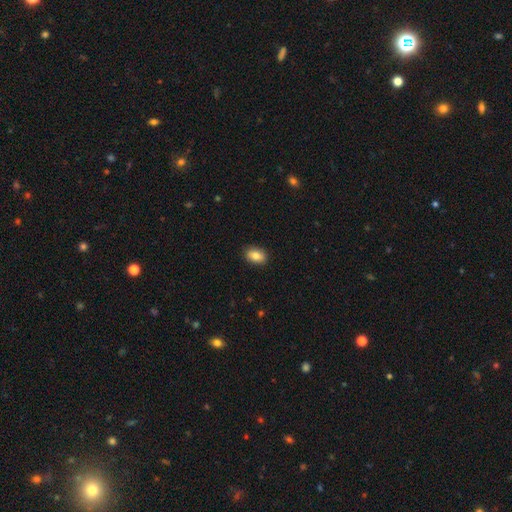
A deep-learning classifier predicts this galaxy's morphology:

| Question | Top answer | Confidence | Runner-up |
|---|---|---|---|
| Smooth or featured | smooth | 85% | star or artifact (8%) |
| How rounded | in between | 86% | round (12%) |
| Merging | none | 89% | minor disturbance (8%) |